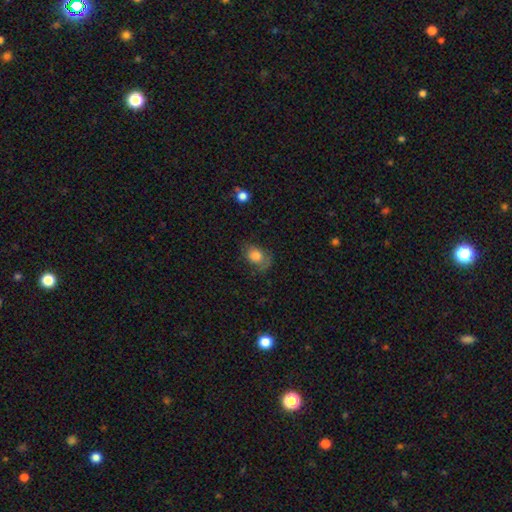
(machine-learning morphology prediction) smooth_or_featured: smooth (p=0.78) [alt: featured or disk p=0.12]
how_rounded: in between (p=0.60) [alt: round p=0.38]
merging: none (p=0.54) [alt: minor disturbance p=0.28]